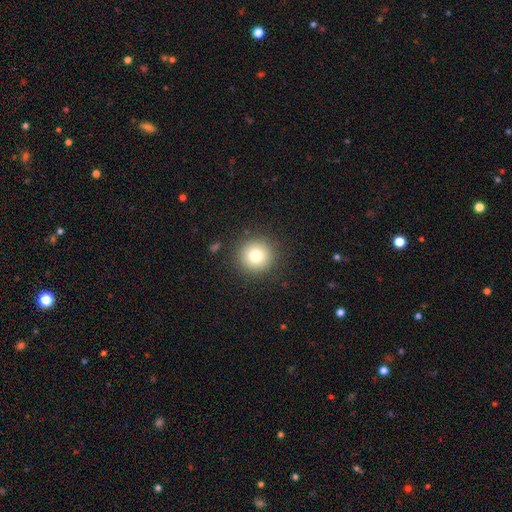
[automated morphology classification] Smooth or featured? Predicted: smooth (p=0.79). How rounded? Predicted: round (p=0.94). Merging? Predicted: none (p=0.89).